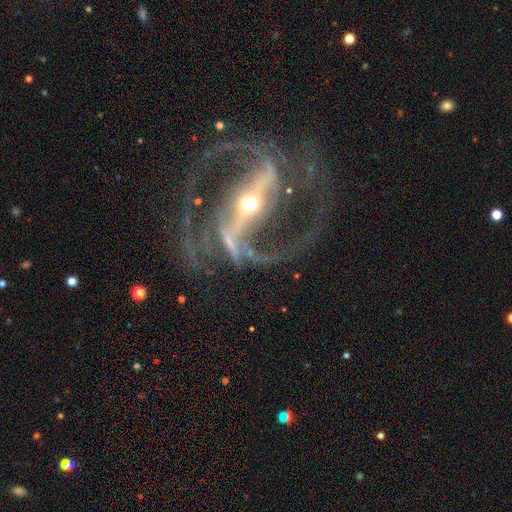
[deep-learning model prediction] Smooth or featured?
  - featured or disk: 93% *
  - star or artifact: 5%
  - smooth: 2%
Edge-on disk?
  - no: 96% *
  - yes: 4%
Bar?
  - strong: 82% *
  - weak: 13%
  - no: 5%
Spiral arms?
  - yes: 98% *
  - no: 2%
Spiral winding?
  - medium: 61% *
  - loose: 20%
  - tight: 19%
Spiral arm count?
  - 2: 88% *
  - 3: 4%
  - can't tell: 2%
  - 4: 2%
  - 1: 2%
  - more than 4: 2%
Bulge size?
  - small: 54% *
  - moderate: 41%
  - large: 3%
  - dominant: 1%
  - none: 1%
Merging?
  - none: 73% *
  - minor disturbance: 13%
  - major disturbance: 12%
  - merger: 2%